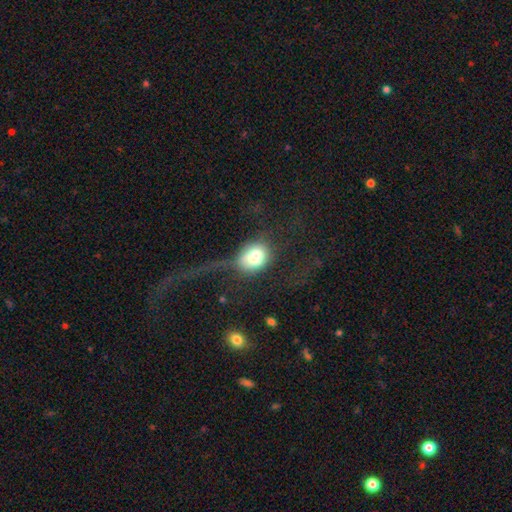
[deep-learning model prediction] Smooth or featured? smooth (68%)
How rounded? round (51%)
Merging? none (40%)